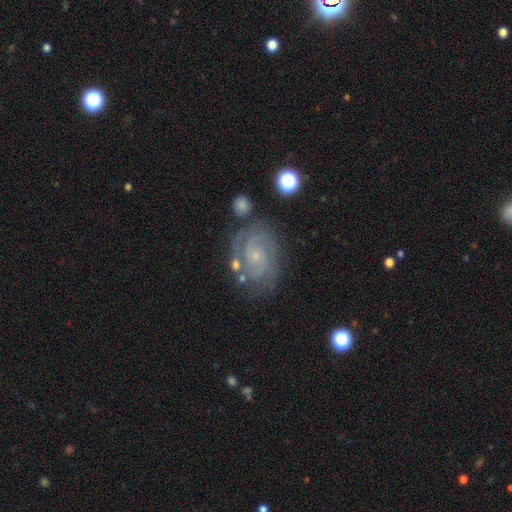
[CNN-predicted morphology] featured or disk 86%, smooth 7%, star or artifact 7%. Down the decision tree: edge-on disk — no (98%); bar — no (65%); spiral arms — yes (97%); spiral arm count — 2 (55%); spiral winding — tight (63%); bulge size — small (78%); merging — none (71%).